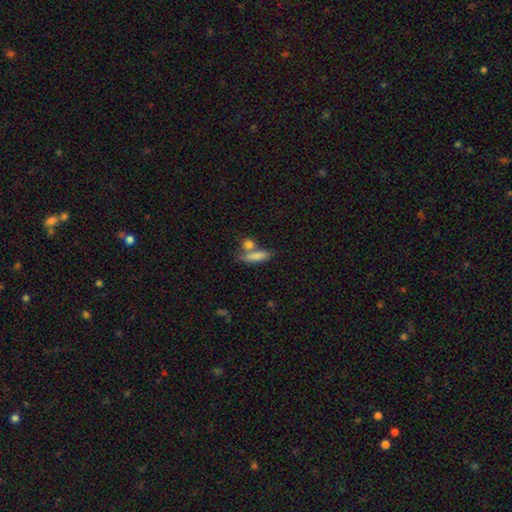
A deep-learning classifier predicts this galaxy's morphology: Q: Smooth or featured?
A: smooth (81%); runner-up: featured or disk (11%)
Q: How rounded?
A: in between (47%); runner-up: cigar-shaped (46%)
Q: Merging?
A: none (48%); runner-up: merger (35%)